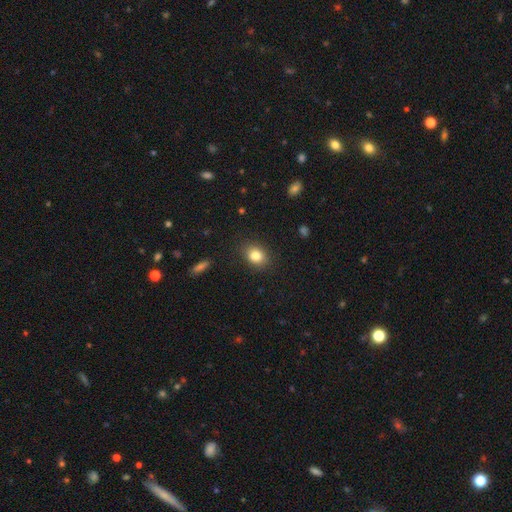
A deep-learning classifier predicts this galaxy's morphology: Smooth or featured?
  - smooth: 83% *
  - star or artifact: 10%
  - featured or disk: 8%
How rounded?
  - in between: 62% *
  - round: 37%
  - cigar-shaped: 1%
Merging?
  - none: 87% *
  - minor disturbance: 10%
  - major disturbance: 3%
  - merger: 1%